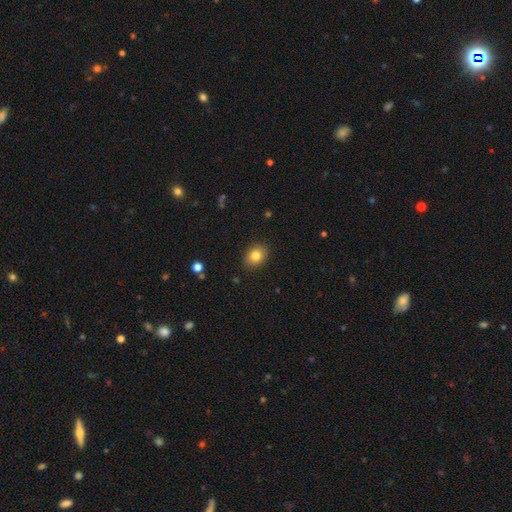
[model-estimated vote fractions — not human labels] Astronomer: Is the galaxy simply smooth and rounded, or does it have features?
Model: smooth — 81%.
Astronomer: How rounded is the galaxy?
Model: in between — 58% (runner-up: round, 41%).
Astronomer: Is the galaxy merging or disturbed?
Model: none — 89%.